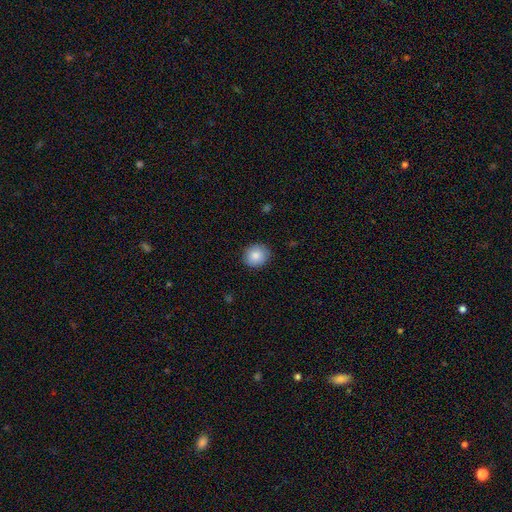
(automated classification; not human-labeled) Smooth or featured: smooth — 85% (star or artifact — 8%)
How rounded: round — 82% (in between — 17%)
Merging: none — 88% (minor disturbance — 9%)